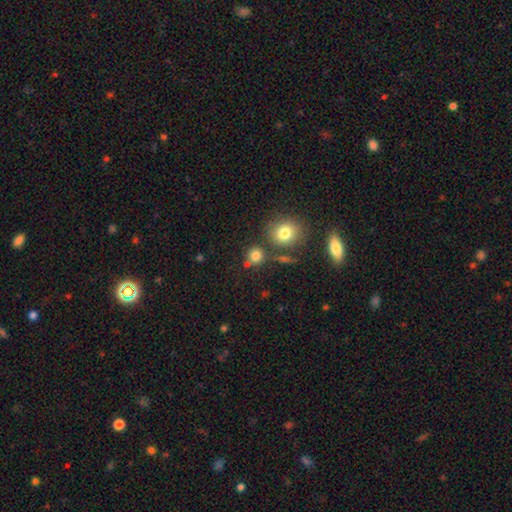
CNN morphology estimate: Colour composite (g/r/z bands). It shows a smooth galaxy with no disk features (79%) that is round (88%). Merging: none (72%).